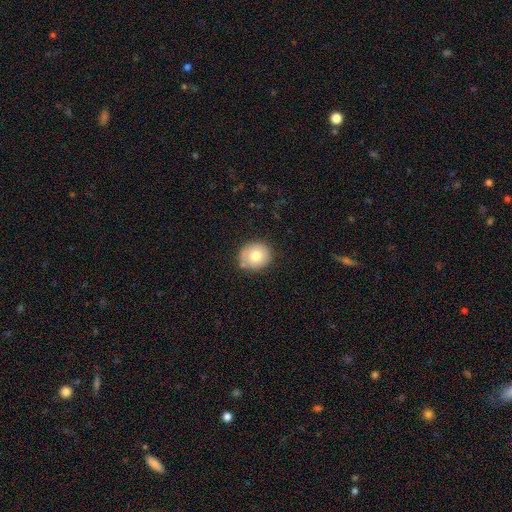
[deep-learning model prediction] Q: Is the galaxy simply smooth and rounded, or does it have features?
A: smooth — 75%.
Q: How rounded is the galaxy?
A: round — 84%.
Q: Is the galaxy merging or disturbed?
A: none — 77%.